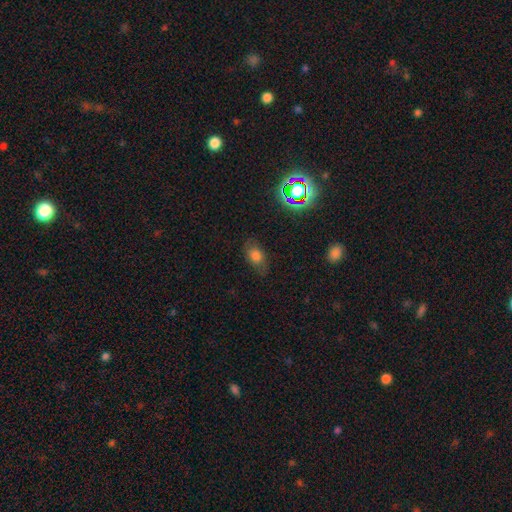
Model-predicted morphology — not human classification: Q: Smooth or featured?
A: smooth (71%); runner-up: star or artifact (16%)
Q: How rounded?
A: in between (81%); runner-up: round (16%)
Q: Merging?
A: none (74%); runner-up: minor disturbance (19%)